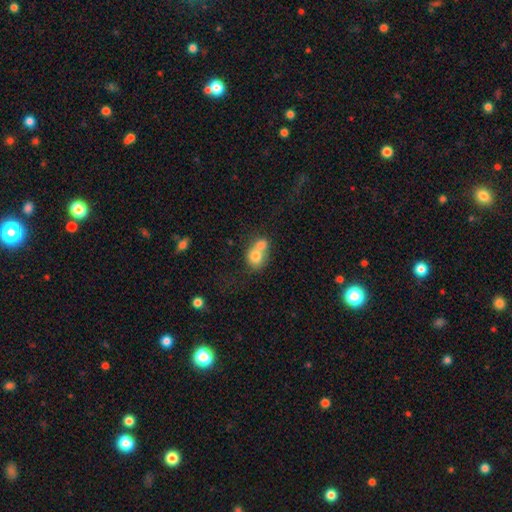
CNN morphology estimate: Smooth or featured: smooth — 74% (featured or disk — 17%)
How rounded: round — 69% (in between — 30%)
Merging: merger — 68% (none — 24%)